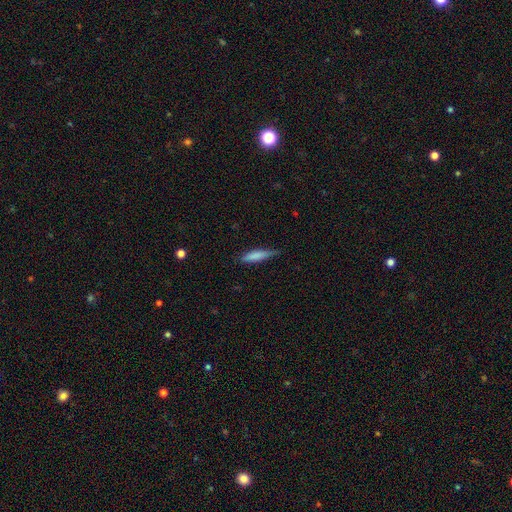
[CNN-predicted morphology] Overall: smooth (76%). How rounded: cigar-shaped (80%). Merging: none (73%).